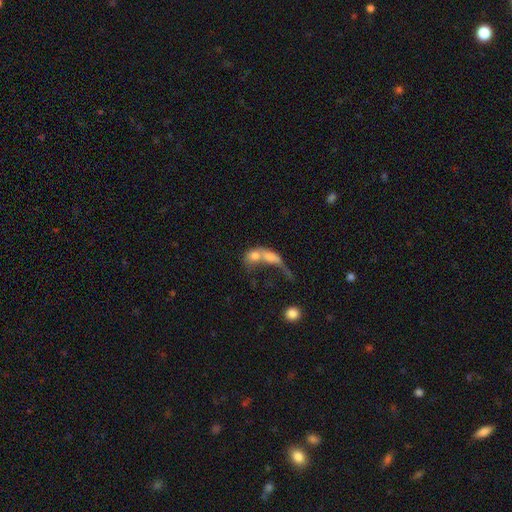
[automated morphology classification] Smooth or featured? smooth (58%)
How rounded? in between (61%)
Merging? merger (68%)